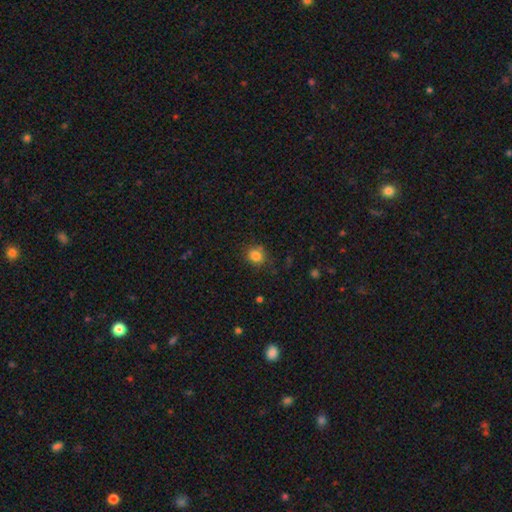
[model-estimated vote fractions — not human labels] The model was most divided on "how rounded": round: 78%, in between: 21%, cigar-shaped: 1%. More confident: smooth or featured — smooth (83%); merging — none (77%).